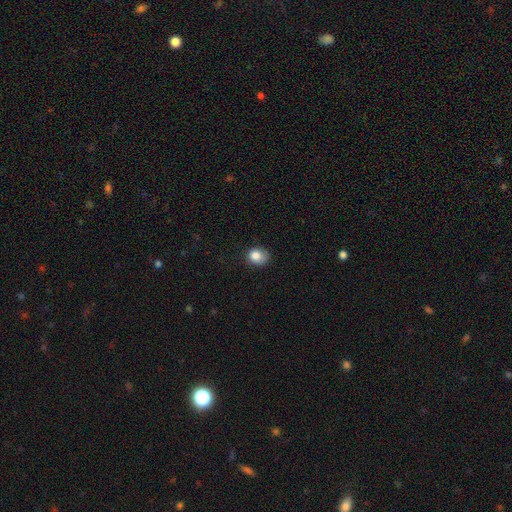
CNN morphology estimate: This appears to be a smooth galaxy with no disk features (84%) that is round (67%). Merging: none (59%).